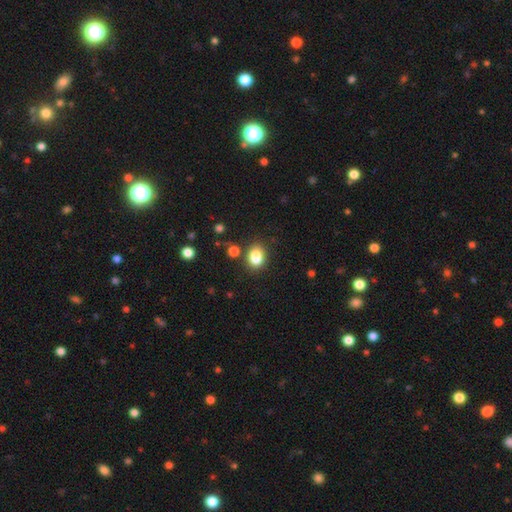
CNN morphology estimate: Smooth or featured? smooth (83%)
How rounded? in between (60%)
Merging? none (68%)